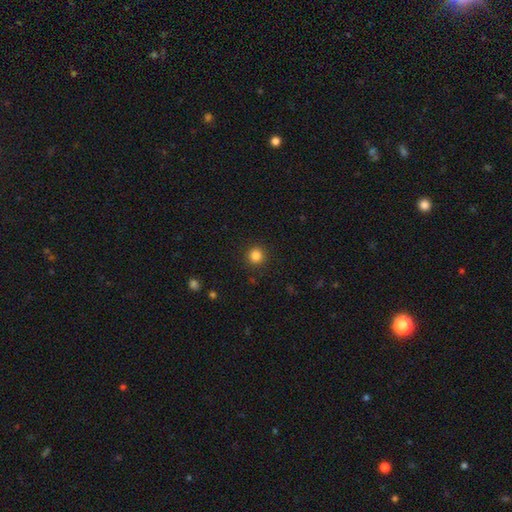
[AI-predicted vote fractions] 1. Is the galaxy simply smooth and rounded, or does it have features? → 84% smooth, 12% star or artifact, 4% featured or disk.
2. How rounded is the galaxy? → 94% round, 5% in between, 1% cigar-shaped.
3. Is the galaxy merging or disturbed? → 92% none, 5% minor disturbance, 2% major disturbance, 1% merger.